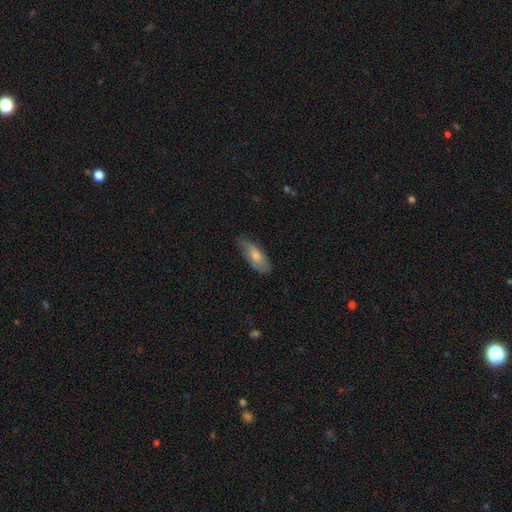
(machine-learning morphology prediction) The model was most divided on "merging": none: 69%, minor disturbance: 25%, major disturbance: 5%, merger: 1%. More confident: how rounded — in between (74%); smooth or featured — smooth (70%).